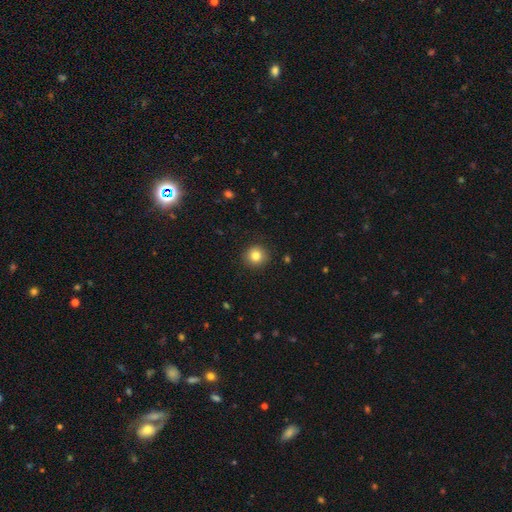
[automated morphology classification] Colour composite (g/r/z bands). It shows a smooth galaxy with no disk features (82%) that is round (93%). Merging: none (91%).